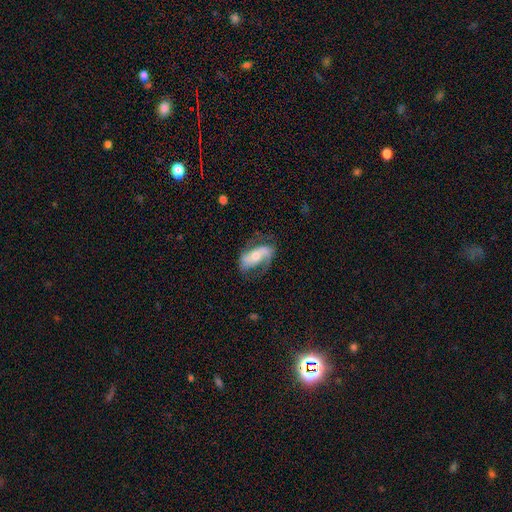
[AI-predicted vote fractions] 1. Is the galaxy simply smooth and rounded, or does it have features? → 72% featured or disk, 22% smooth, 6% star or artifact.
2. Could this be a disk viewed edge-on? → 93% no, 7% yes.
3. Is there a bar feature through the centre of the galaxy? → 44% no, 31% weak, 25% strong.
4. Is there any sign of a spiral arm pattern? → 89% yes, 11% no.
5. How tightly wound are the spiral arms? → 47% loose, 37% medium, 16% tight.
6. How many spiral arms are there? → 80% 2, 10% 1, 7% can't tell, 2% 3, 1% 4, 1% more than 4.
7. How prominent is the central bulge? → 54% moderate, 37% small, 5% large, 2% none, 1% dominant.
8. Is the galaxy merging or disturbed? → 60% none, 23% minor disturbance, 15% major disturbance, 2% merger.